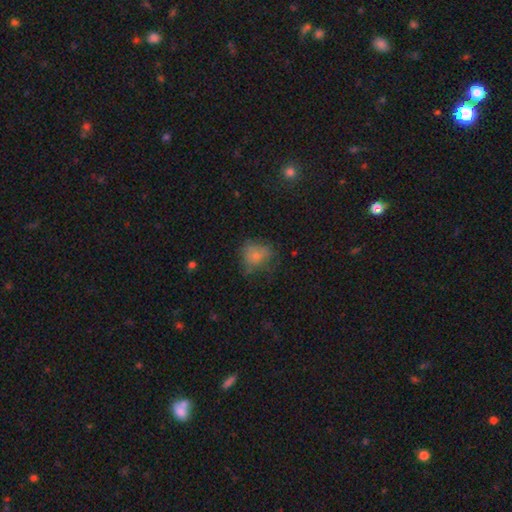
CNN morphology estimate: A smooth galaxy with no disk features (69%) that is round (66%).

Vote fractions:
- Smooth or featured? smooth: 69% / featured or disk: 18% / star or artifact: 13%
- How rounded? round: 66% / in between: 33% / cigar-shaped: 1%
- Merging? none: 51% / minor disturbance: 28% / major disturbance: 19% / merger: 2%